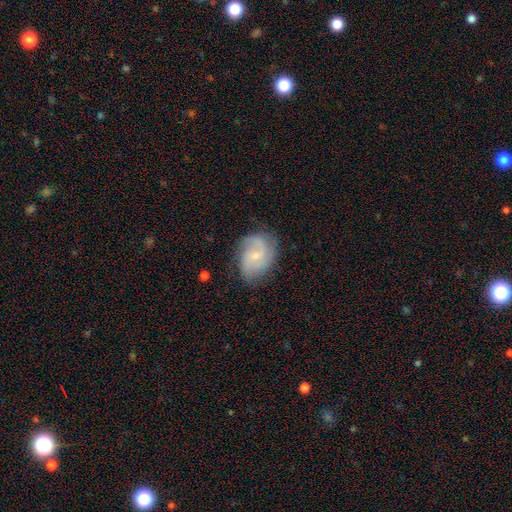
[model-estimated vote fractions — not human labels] Smooth or featured? Predicted: featured or disk (p=0.69). Edge-on disk? Predicted: no (p=0.97). Bar? Predicted: no (p=0.59). Spiral arms? Predicted: yes (p=0.93). Spiral winding? Predicted: medium (p=0.45). Spiral arm count? Predicted: 2 (p=0.44). Bulge size? Predicted: small (p=0.68). Merging? Predicted: none (p=0.70).